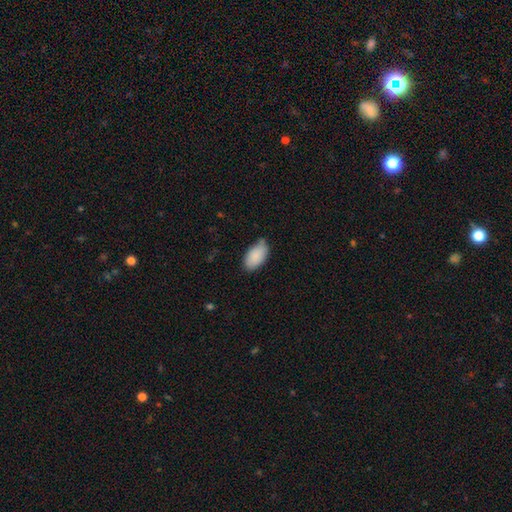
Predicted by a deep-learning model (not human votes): smooth 89%, star or artifact 6%, featured or disk 5%. Down the decision tree: how rounded — in between (95%); merging — none (66%).